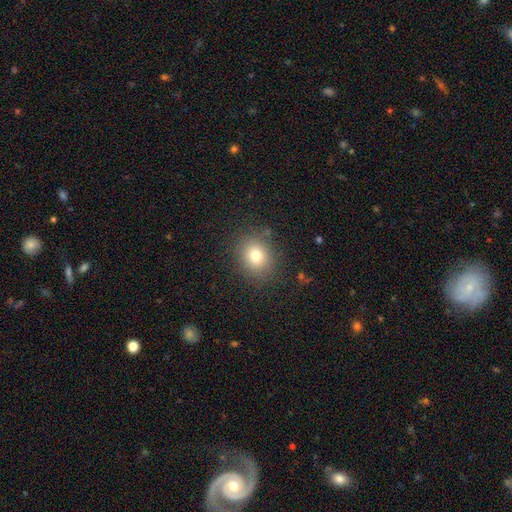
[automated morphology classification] Smooth or featured? Predicted: smooth (p=0.78). How rounded? Predicted: round (p=0.66). Merging? Predicted: none (p=0.85).